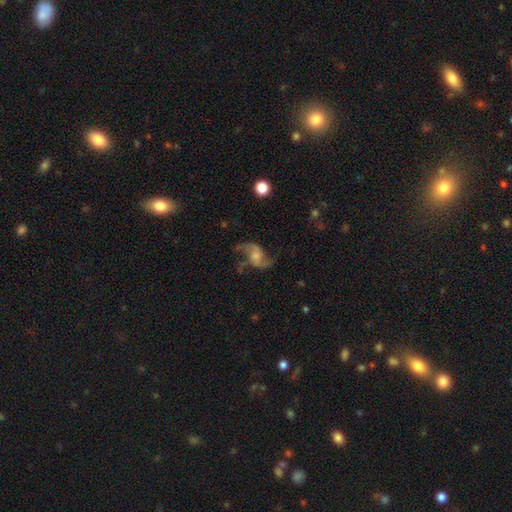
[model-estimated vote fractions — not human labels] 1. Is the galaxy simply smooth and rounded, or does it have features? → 83% featured or disk, 10% smooth, 7% star or artifact.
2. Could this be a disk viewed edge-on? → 97% no, 3% yes.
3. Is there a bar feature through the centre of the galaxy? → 52% no, 39% weak, 9% strong.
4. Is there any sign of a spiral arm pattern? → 94% yes, 6% no.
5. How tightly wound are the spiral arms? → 78% loose, 18% medium, 3% tight.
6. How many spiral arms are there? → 93% 2, 2% can't tell, 2% 1, 1% 3, 1% 4, 1% more than 4.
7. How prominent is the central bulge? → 39% small, 35% moderate, 19% none, 6% large, 2% dominant.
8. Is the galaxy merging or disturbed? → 67% none, 17% minor disturbance, 13% major disturbance, 3% merger.